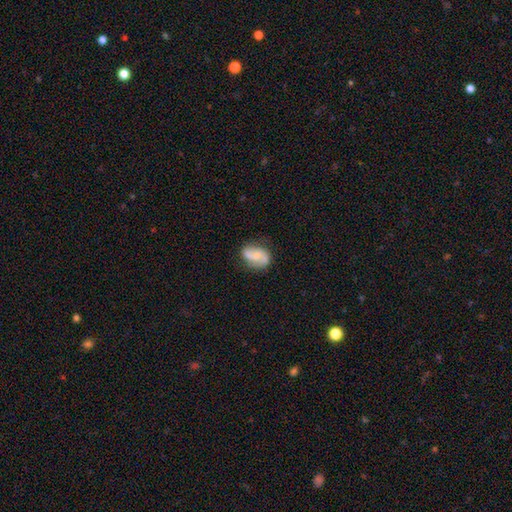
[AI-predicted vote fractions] Smooth or featured? featured or disk (56%)
Edge-on disk? no (97%)
Bar? no (57%)
Spiral arms? yes (87%)
Bulge size? small (47%)
Merging? none (66%)